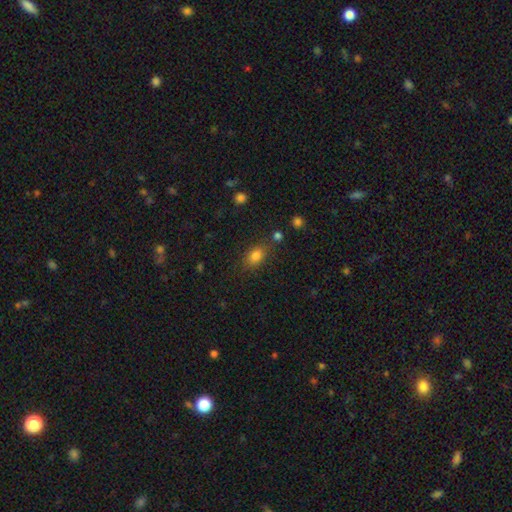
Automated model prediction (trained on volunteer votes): smooth_or_featured: smooth (p=0.82) [alt: star or artifact p=0.11]
how_rounded: in between (p=0.80) [alt: round p=0.18]
merging: none (p=0.73) [alt: minor disturbance p=0.16]